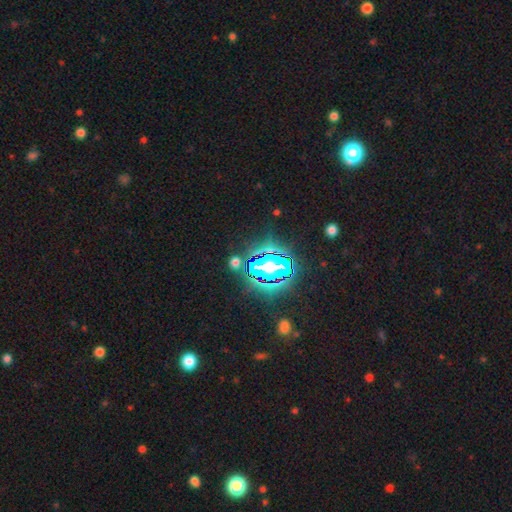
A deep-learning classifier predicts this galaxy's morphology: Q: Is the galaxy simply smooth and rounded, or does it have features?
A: star or artifact — 70%.